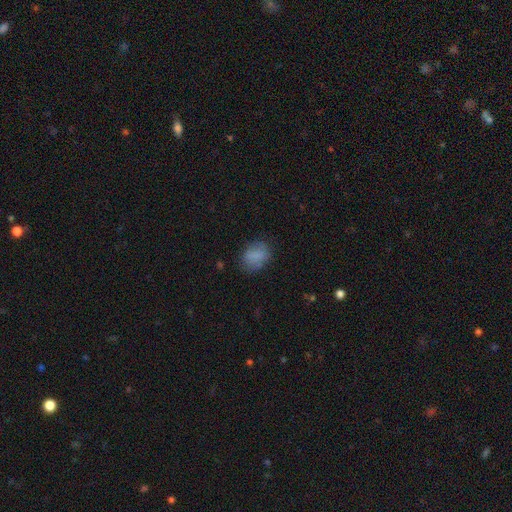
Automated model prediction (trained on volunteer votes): A smooth galaxy with no disk features (81%) that is in between round and cigar-shaped (68%). Merging: none (73%).